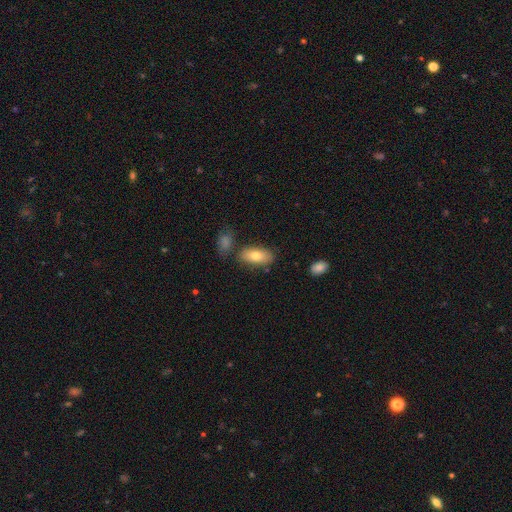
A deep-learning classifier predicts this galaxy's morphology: Q: Smooth or featured?
A: smooth (76%); runner-up: featured or disk (17%)
Q: How rounded?
A: in between (89%); runner-up: cigar-shaped (7%)
Q: Merging?
A: none (74%); runner-up: minor disturbance (14%)